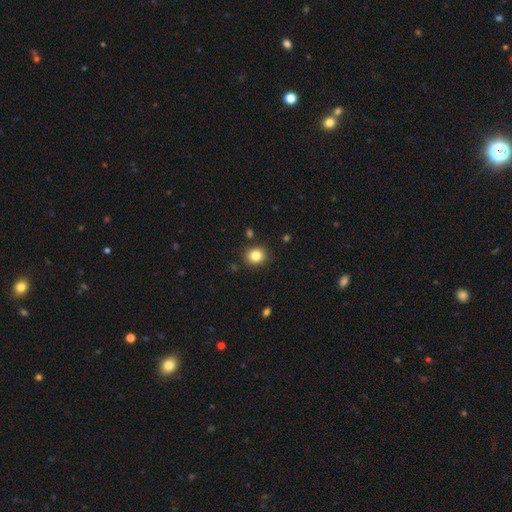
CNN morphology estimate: smooth 84%, star or artifact 11%, featured or disk 6%. Down the decision tree: how rounded — round (76%); merging — none (88%).